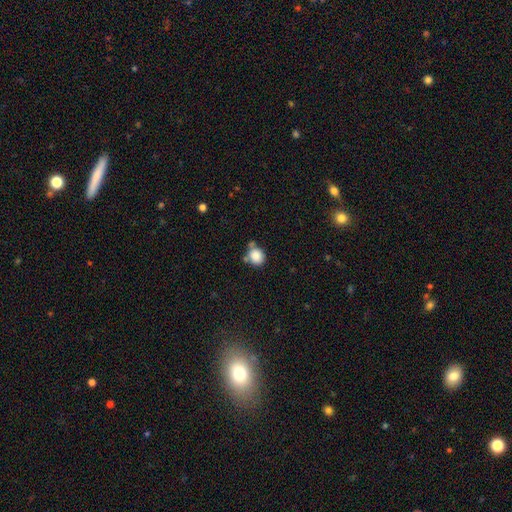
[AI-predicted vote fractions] This is clearly a smooth galaxy (85%). How rounded: likely round (75%). Merging: possibly none (59%).